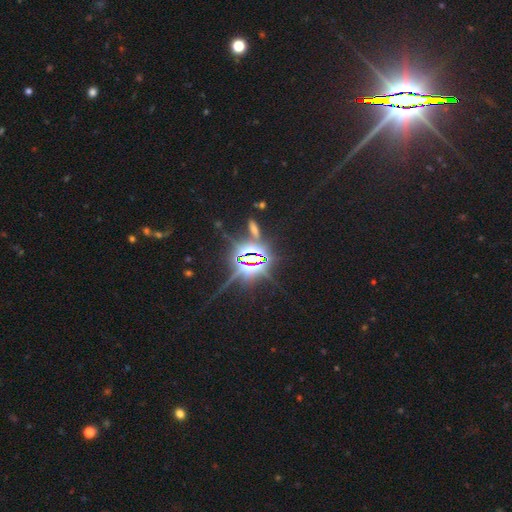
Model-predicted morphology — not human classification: Smooth or featured? star or artifact (86%)